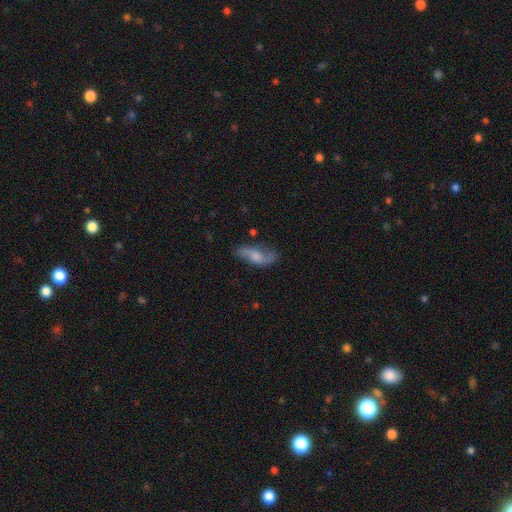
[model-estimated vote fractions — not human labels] The model was most divided on "smooth or featured": featured or disk: 57%, smooth: 36%, star or artifact: 7%. More confident: edge-on disk — no (88%); merging — none (65%).